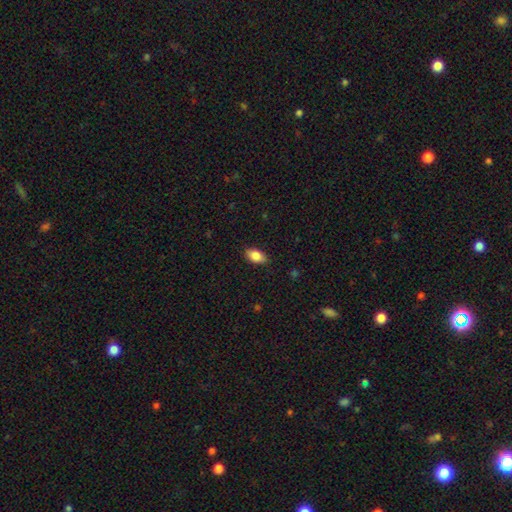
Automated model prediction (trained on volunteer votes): smooth 87%, star or artifact 7%, featured or disk 6%. Down the decision tree: how rounded — in between (91%); merging — none (85%).